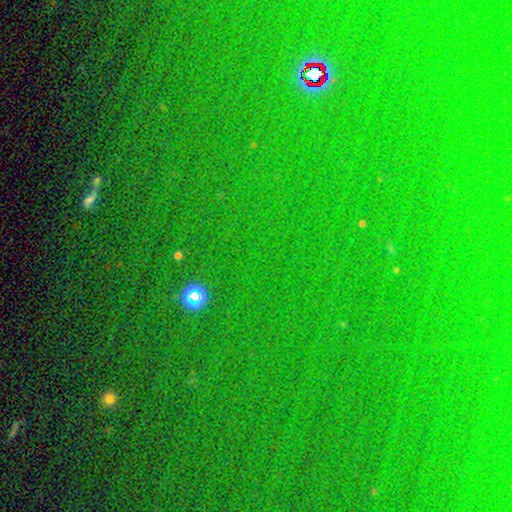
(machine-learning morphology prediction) Smooth or featured: star or artifact — 81% (smooth — 11%)